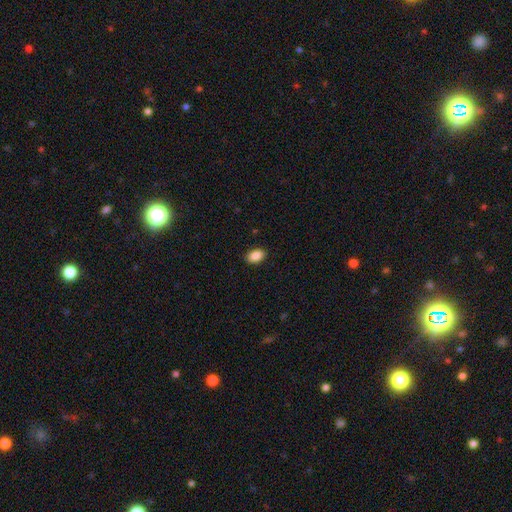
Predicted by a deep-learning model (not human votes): smooth_or_featured: smooth (p=0.88) [alt: star or artifact p=0.08]
how_rounded: in between (p=0.91) [alt: round p=0.08]
merging: none (p=0.90) [alt: minor disturbance p=0.07]